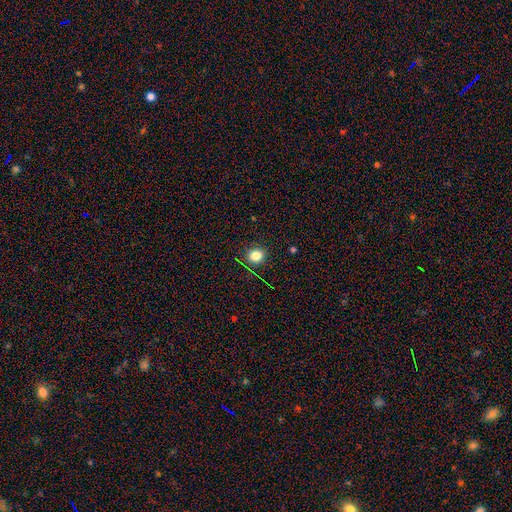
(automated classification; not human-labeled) Overall: smooth (79%). How rounded: round (70%). Merging: none (86%).